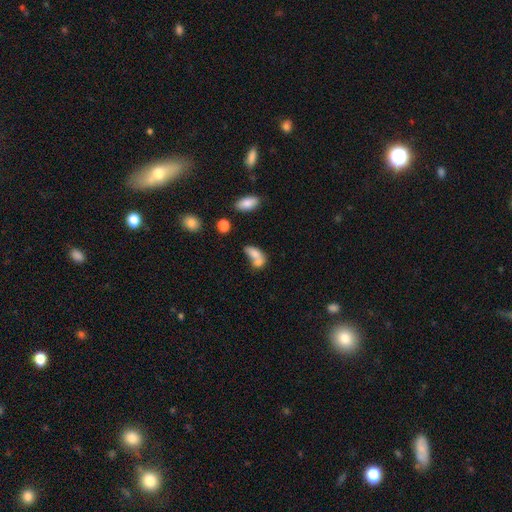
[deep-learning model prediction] Morphology: type=smooth (72%); roundness=in between (82%); merging=merger (60%).